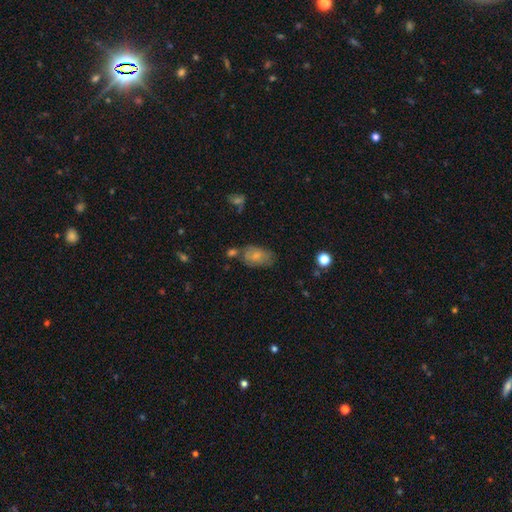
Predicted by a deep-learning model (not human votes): This appears to be a smooth galaxy with no disk features (69%) that is in between round and cigar-shaped (90%). Merging: none (55%).